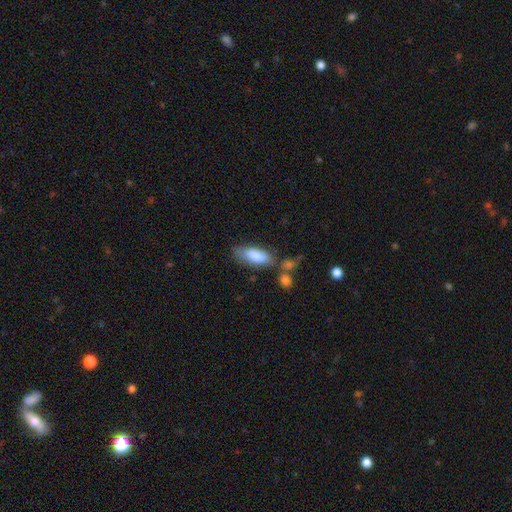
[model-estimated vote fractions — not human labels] Overall: smooth (82%). How rounded: in between (76%). Merging: none (56%; minor disturbance 22%).